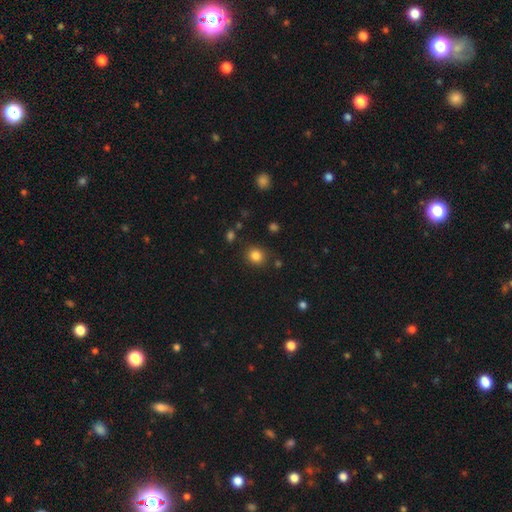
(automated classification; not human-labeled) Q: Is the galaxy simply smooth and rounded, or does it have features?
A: smooth — 83%.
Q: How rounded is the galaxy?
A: round — 83%.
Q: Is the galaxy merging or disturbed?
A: none — 85%.